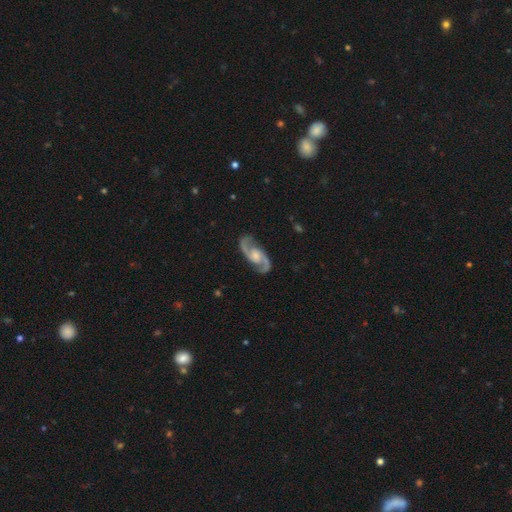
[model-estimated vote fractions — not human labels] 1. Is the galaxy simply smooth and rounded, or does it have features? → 92% featured or disk, 4% smooth, 4% star or artifact.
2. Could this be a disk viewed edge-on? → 97% no, 3% yes.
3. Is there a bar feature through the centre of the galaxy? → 50% no, 40% weak, 10% strong.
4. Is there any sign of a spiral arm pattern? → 98% yes, 2% no.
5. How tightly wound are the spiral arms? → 58% medium, 30% loose, 13% tight.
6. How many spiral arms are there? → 95% 2, 1% can't tell, 1% 1, 1% 3, 1% 4, 1% more than 4.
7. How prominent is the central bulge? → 51% moderate, 31% small, 9% large, 9% none, 1% dominant.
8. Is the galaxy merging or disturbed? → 84% none, 11% minor disturbance, 4% major disturbance, 1% merger.